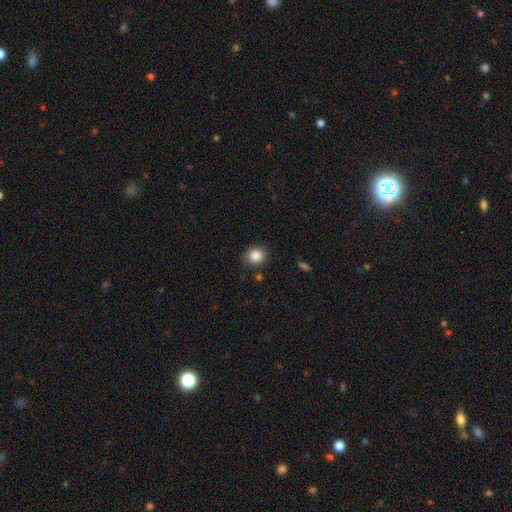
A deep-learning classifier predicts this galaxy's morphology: Overall: smooth (87%). How rounded: round (82%). Merging: none (86%).